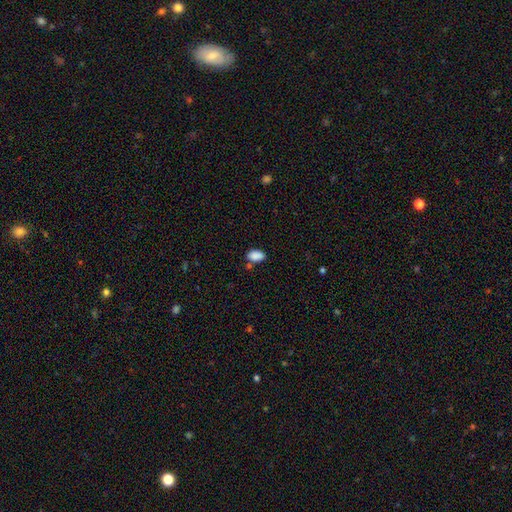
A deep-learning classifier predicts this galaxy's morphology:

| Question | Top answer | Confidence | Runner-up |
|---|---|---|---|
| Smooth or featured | smooth | 88% | star or artifact (8%) |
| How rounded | in between | 91% | round (7%) |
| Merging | none | 69% | minor disturbance (16%) |